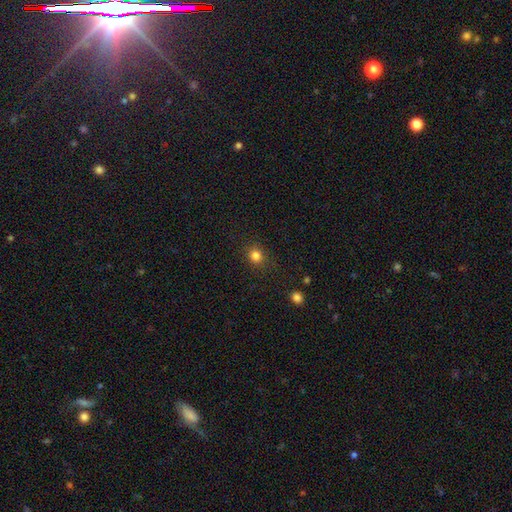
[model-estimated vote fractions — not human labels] A smooth galaxy with no disk features (82%) that is round (84%). Merging: none (87%).